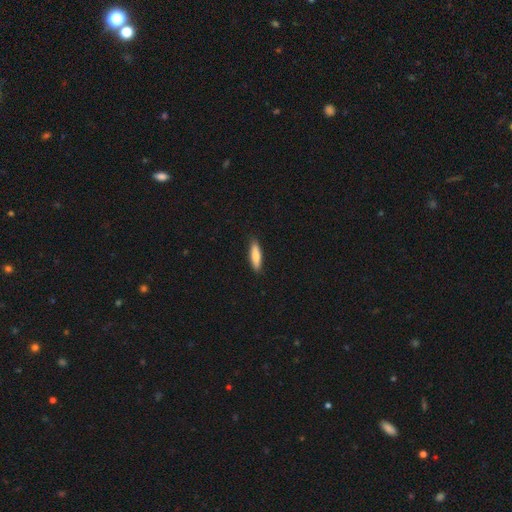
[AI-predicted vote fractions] Overall: smooth (81%). How rounded: cigar-shaped (69%; in between 30%). Merging: none (88%).